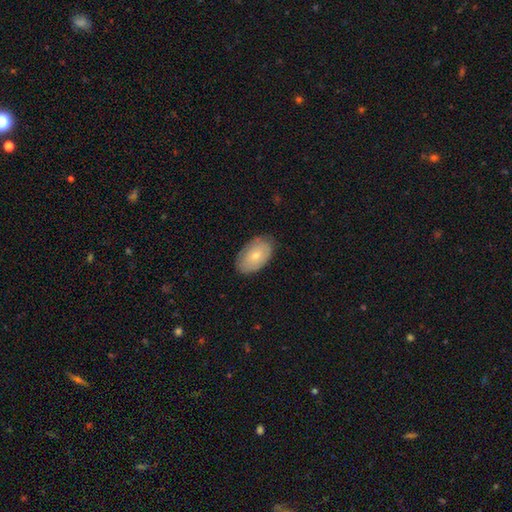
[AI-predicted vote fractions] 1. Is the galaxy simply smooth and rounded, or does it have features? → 69% smooth, 25% featured or disk, 6% star or artifact.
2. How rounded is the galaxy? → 93% in between, 6% round, 1% cigar-shaped.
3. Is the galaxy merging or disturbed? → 82% none, 14% minor disturbance, 3% major disturbance, 1% merger.